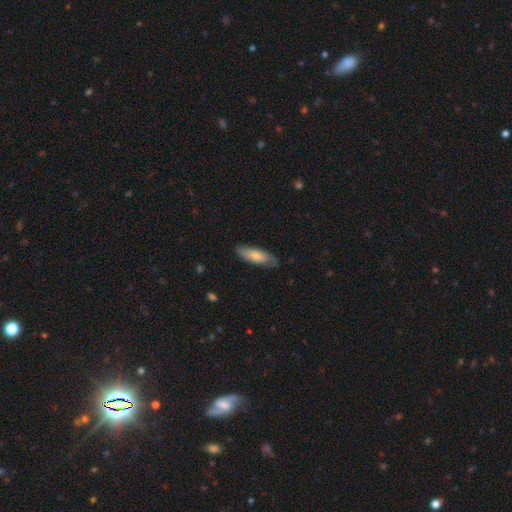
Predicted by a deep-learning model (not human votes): The model was most divided on "how rounded": in between: 60%, cigar-shaped: 38%, round: 2%. More confident: merging — none (74%); smooth or featured — smooth (61%).